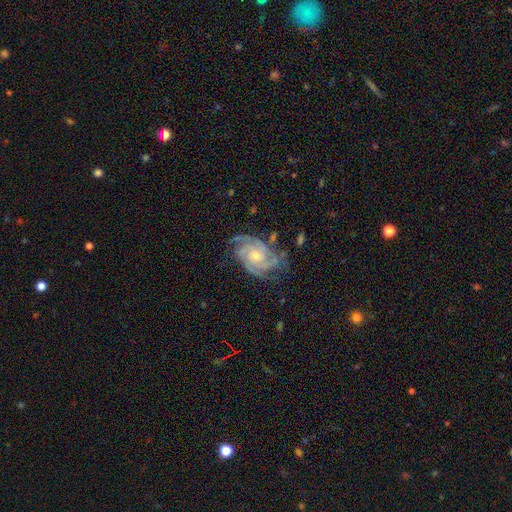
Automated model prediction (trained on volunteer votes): The model was most divided on "bulge size": moderate: 48%, small: 47%, large: 2%, none: 2%, dominant: 1%. Remaining: spiral arms — yes (98%); edge-on disk — no (98%); smooth or featured — featured or disk (90%); merging — none (73%); bar — no (69%); spiral winding — tight (66%); spiral arm count — 3 (43%).